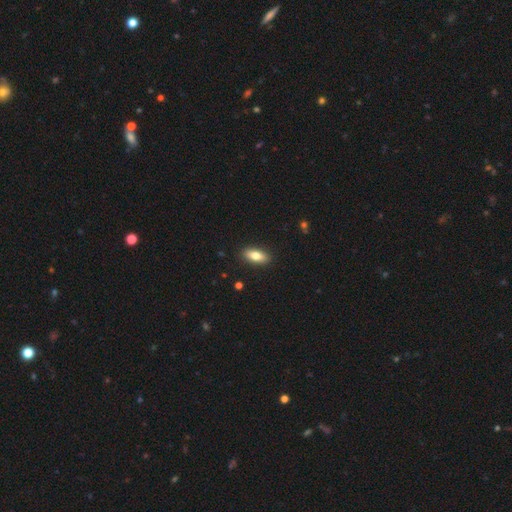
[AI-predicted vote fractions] smooth 75%, featured or disk 18%, star or artifact 6%. Down the decision tree: how rounded — in between (78%); merging — none (90%).